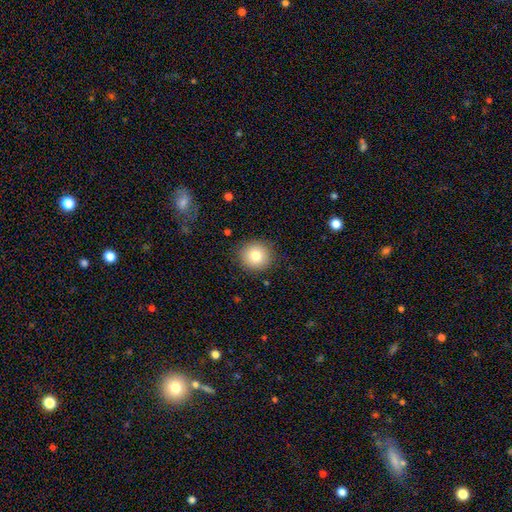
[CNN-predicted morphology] smooth 80%, star or artifact 10%, featured or disk 10%. Down the decision tree: how rounded — round (92%); merging — none (89%).